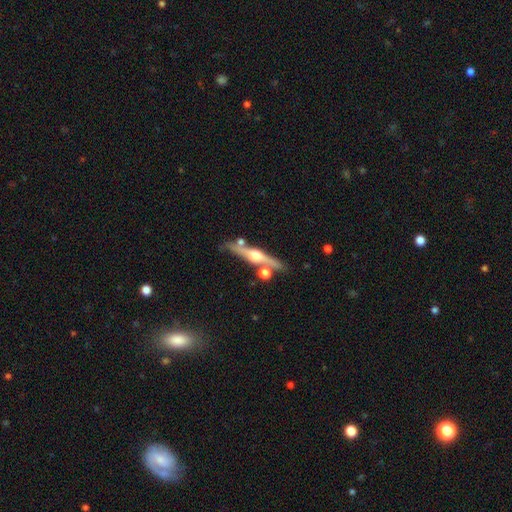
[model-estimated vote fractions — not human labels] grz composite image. It shows a featured or disk galaxy (75%) viewed edge-on (96%) with a rounded central bulge (94%). Merging: none (75%).